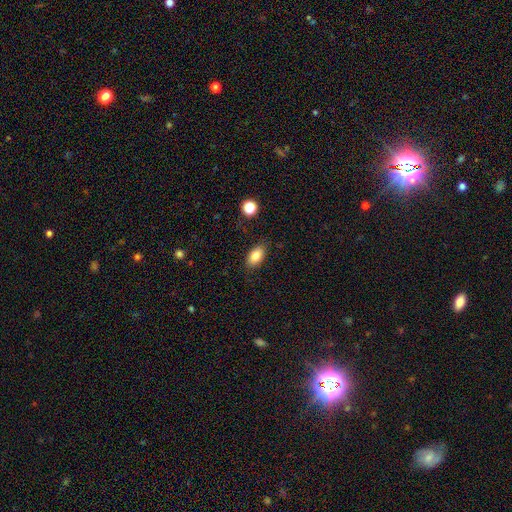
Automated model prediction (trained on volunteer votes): smooth-or-featured: smooth: 82% | featured or disk: 9% | star or artifact: 9%
  how-rounded: in between: 91% | round: 6% | cigar-shaped: 3%
  merging: none: 85% | minor disturbance: 11% | major disturbance: 3% | merger: 1%